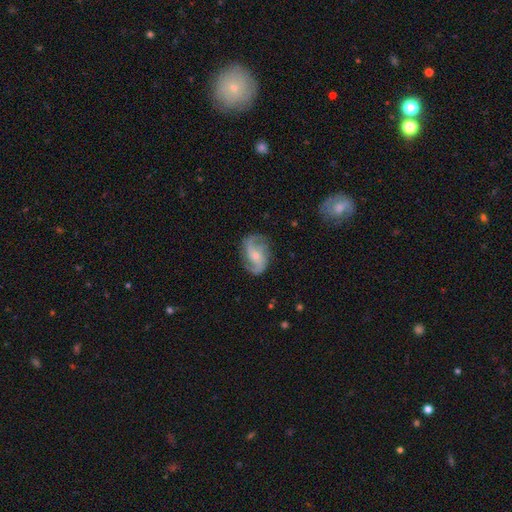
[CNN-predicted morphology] Smooth or featured?
  - featured or disk: 86% *
  - smooth: 9%
  - star or artifact: 6%
Edge-on disk?
  - no: 97% *
  - yes: 3%
Bar?
  - no: 57% *
  - weak: 32%
  - strong: 10%
Spiral arms?
  - yes: 96% *
  - no: 4%
Spiral winding?
  - medium: 47% *
  - loose: 37%
  - tight: 16%
Spiral arm count?
  - 2: 79% *
  - 3: 9%
  - can't tell: 5%
  - 1: 2%
  - 4: 2%
  - more than 4: 2%
Bulge size?
  - small: 64% *
  - moderate: 32%
  - none: 2%
  - large: 1%
  - dominant: 1%
Merging?
  - none: 75% *
  - minor disturbance: 17%
  - major disturbance: 7%
  - merger: 1%